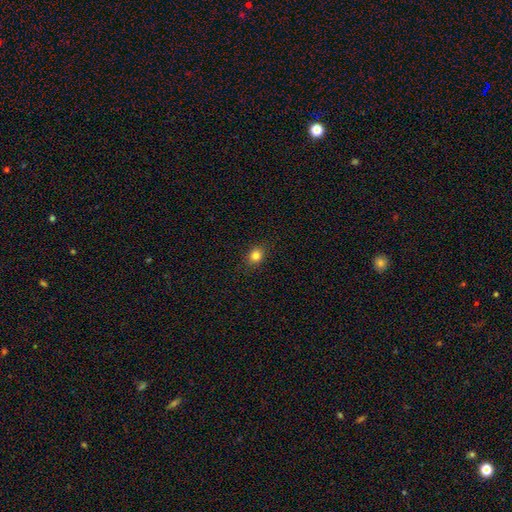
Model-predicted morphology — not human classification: A smooth galaxy with no disk features (83%) that is round (69%).

Vote fractions:
- Smooth or featured? smooth: 83% / star or artifact: 12% / featured or disk: 5%
- How rounded? round: 69% / in between: 30% / cigar-shaped: 1%
- Merging? none: 90% / minor disturbance: 8% / major disturbance: 2% / merger: 1%